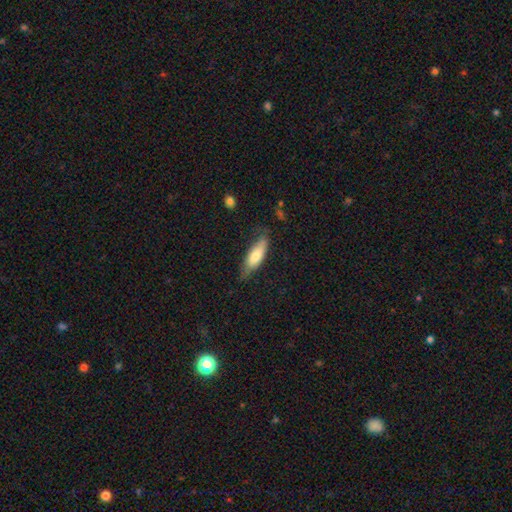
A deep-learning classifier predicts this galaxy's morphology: Overall: smooth (70%). How rounded: in between (59%; cigar-shaped 39%). Merging: none (64%; minor disturbance 27%).